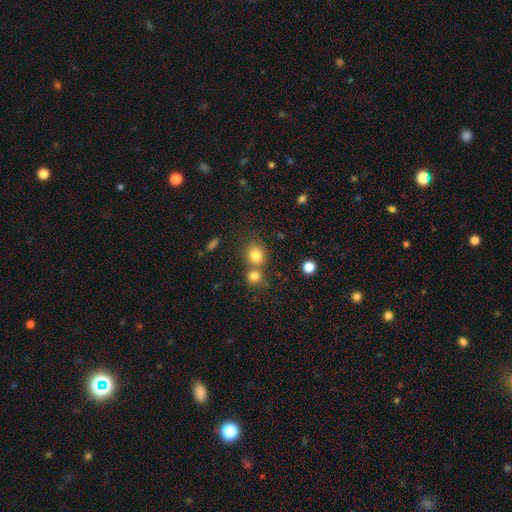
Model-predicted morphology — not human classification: Smooth or featured? Predicted: smooth (p=0.80). How rounded? Predicted: round (p=0.78). Merging? Predicted: none (p=0.54).